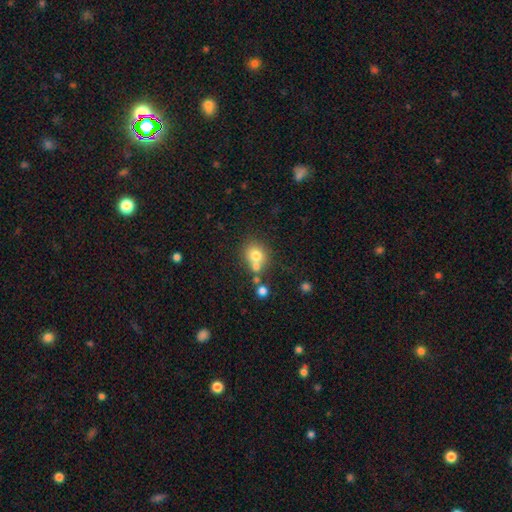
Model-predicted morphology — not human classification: Smooth or featured?
  - smooth: 74% *
  - featured or disk: 14%
  - star or artifact: 12%
How rounded?
  - round: 80% *
  - in between: 19%
  - cigar-shaped: 1%
Merging?
  - none: 50% *
  - merger: 37%
  - minor disturbance: 10%
  - major disturbance: 4%